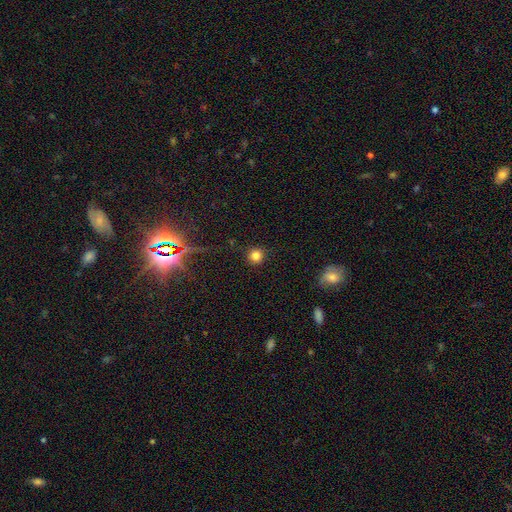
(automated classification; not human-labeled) A smooth galaxy with no disk features (81%) that is round (94%).

Vote fractions:
- Smooth or featured? smooth: 81% / star or artifact: 14% / featured or disk: 5%
- How rounded? round: 94% / in between: 5% / cigar-shaped: 1%
- Merging? none: 89% / minor disturbance: 7% / major disturbance: 2% / merger: 1%